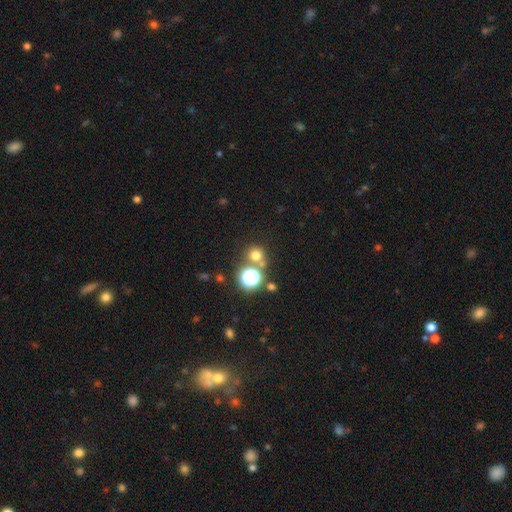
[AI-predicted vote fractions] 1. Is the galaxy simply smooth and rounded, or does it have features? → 68% smooth, 25% star or artifact, 7% featured or disk.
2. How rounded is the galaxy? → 90% round, 9% in between, 1% cigar-shaped.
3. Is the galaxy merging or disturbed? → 69% none, 19% merger, 8% minor disturbance, 4% major disturbance.